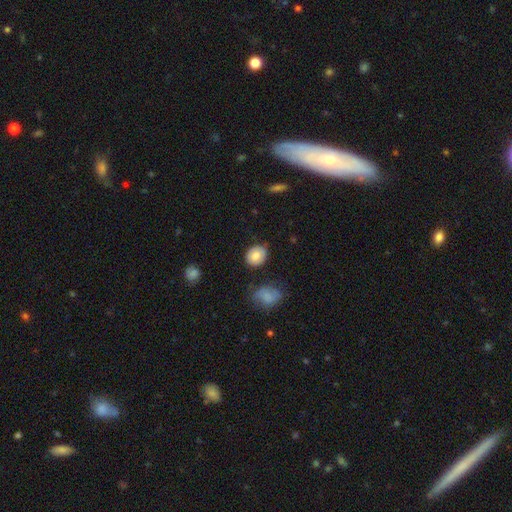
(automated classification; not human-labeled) Q: Smooth or featured?
A: smooth (79%); runner-up: featured or disk (14%)
Q: How rounded?
A: round (64%); runner-up: in between (35%)
Q: Merging?
A: none (80%); runner-up: minor disturbance (14%)